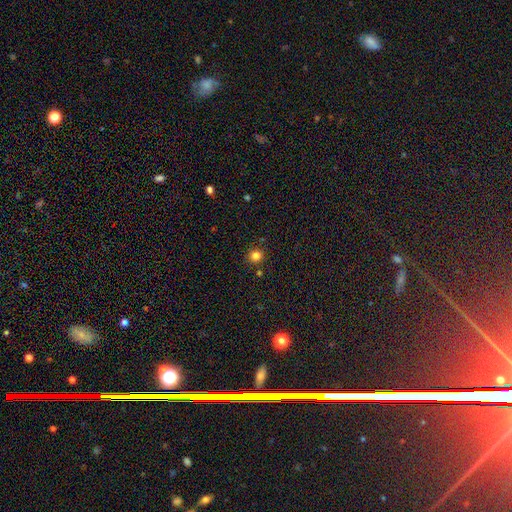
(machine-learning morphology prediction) Overall: smooth (81%). How rounded: round (89%). Merging: none (86%).